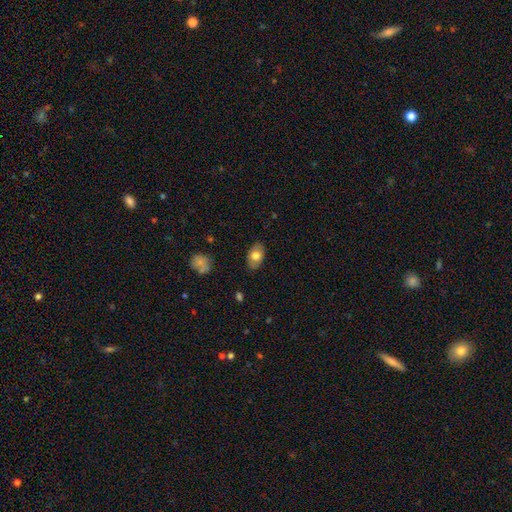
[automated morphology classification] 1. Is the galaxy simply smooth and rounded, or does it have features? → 69% smooth, 25% featured or disk, 7% star or artifact.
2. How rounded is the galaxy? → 88% in between, 10% round, 1% cigar-shaped.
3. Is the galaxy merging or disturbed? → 83% none, 13% minor disturbance, 3% major disturbance, 1% merger.